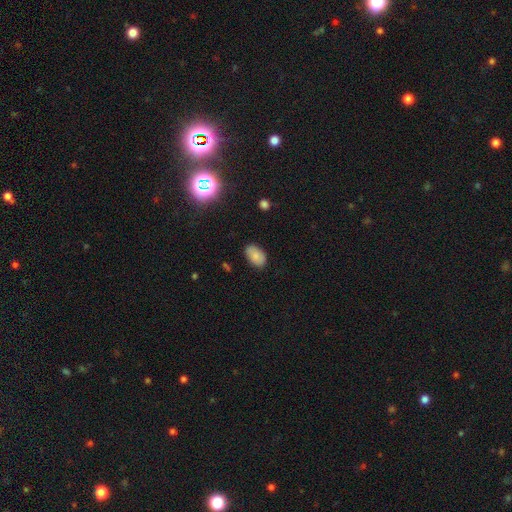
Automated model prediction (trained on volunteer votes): Overall: smooth (83%). How rounded: in between (92%). Merging: none (83%).